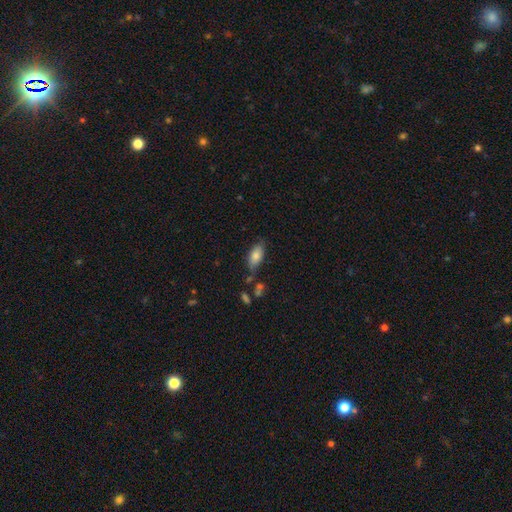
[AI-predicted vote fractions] Smooth or featured?
  - smooth: 79% *
  - featured or disk: 14%
  - star or artifact: 8%
How rounded?
  - in between: 88% *
  - cigar-shaped: 9%
  - round: 3%
Merging?
  - none: 69% *
  - minor disturbance: 20%
  - merger: 6%
  - major disturbance: 5%